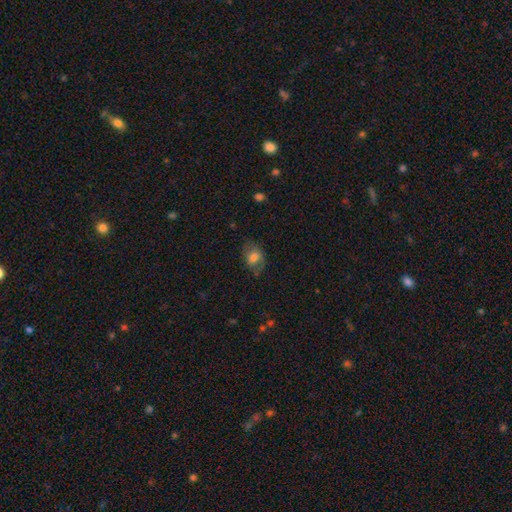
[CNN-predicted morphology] This appears to be a smooth galaxy with no disk features (49%). Merging: none (73%).